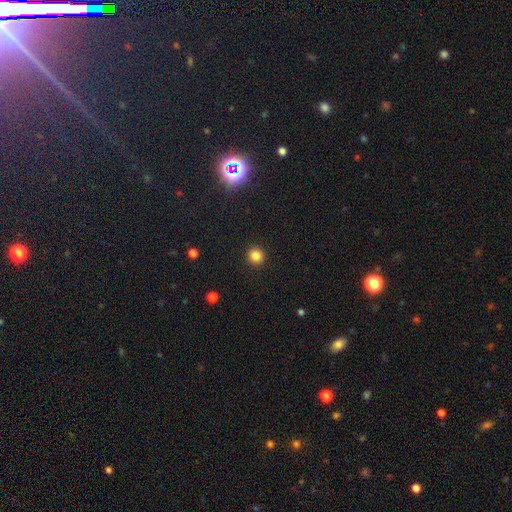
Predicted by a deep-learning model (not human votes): Q: Smooth or featured?
A: smooth (84%); runner-up: star or artifact (12%)
Q: How rounded?
A: round (92%); runner-up: in between (7%)
Q: Merging?
A: none (92%); runner-up: minor disturbance (5%)